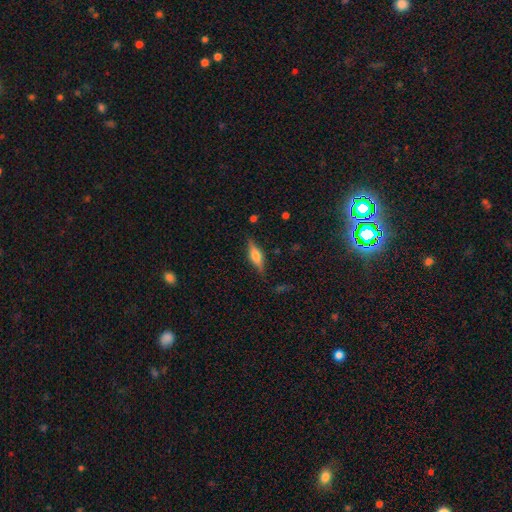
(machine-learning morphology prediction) smooth_or_featured: featured or disk (p=0.57) [alt: smooth p=0.36]
disk_edge_on: yes (p=0.94) [alt: no p=0.06]
edge_on_bulge: rounded (p=0.84) [alt: boxy p=0.13]
merging: none (p=0.83) [alt: minor disturbance p=0.12]